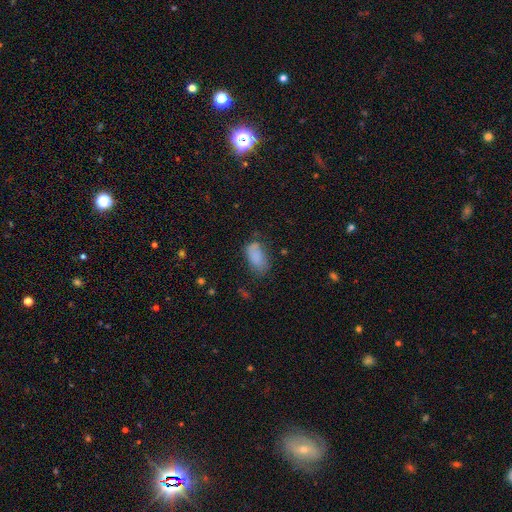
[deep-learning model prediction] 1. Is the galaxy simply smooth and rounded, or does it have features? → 82% smooth, 9% star or artifact, 8% featured or disk.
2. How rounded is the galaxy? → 92% in between, 4% round, 4% cigar-shaped.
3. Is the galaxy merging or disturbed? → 58% none, 28% minor disturbance, 11% major disturbance, 3% merger.